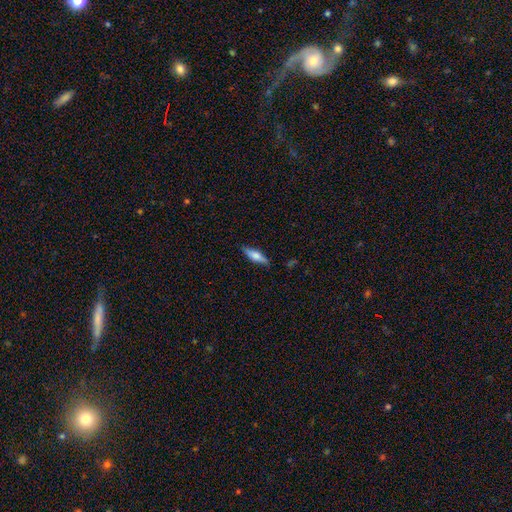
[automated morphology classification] Smooth or featured? Predicted: smooth (p=0.60). How rounded? Predicted: cigar-shaped (p=0.58). Merging? Predicted: none (p=0.82).